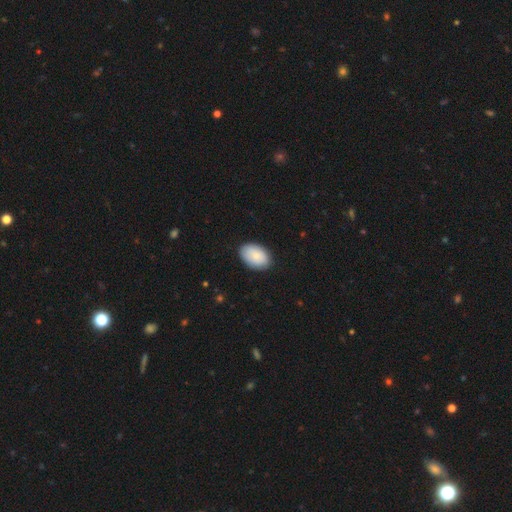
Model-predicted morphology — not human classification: This appears to be a smooth galaxy with no disk features (83%) that is in between round and cigar-shaped (90%). Merging: none (86%).